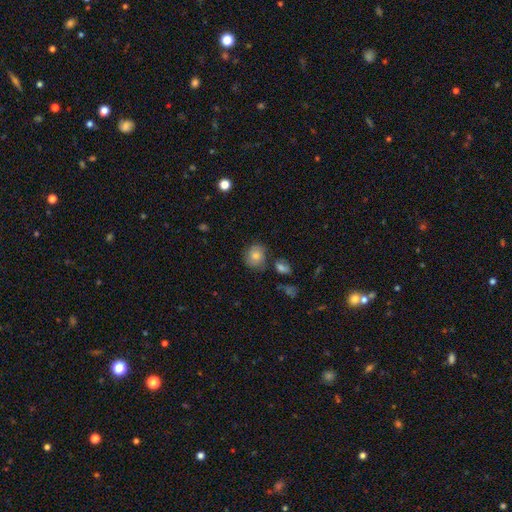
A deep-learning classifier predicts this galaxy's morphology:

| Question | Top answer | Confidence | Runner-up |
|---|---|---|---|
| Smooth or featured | smooth | 72% | featured or disk (19%) |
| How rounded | round | 74% | in between (25%) |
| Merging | none | 72% | minor disturbance (17%) |